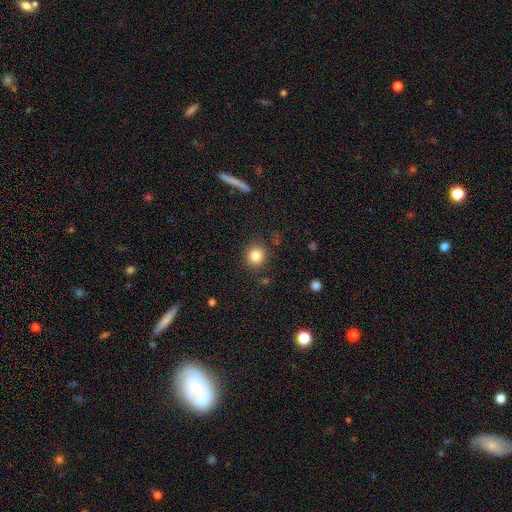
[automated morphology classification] The model was most divided on "smooth or featured": smooth: 83%, star or artifact: 11%, featured or disk: 6%. More confident: how rounded — round (89%); merging — none (87%).